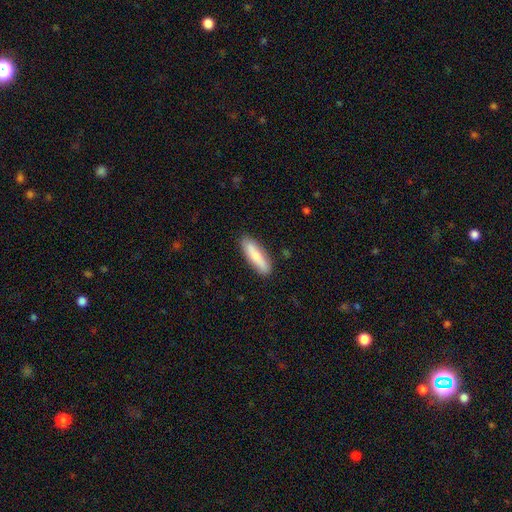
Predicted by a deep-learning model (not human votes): Smooth or featured? Predicted: smooth (p=0.72). How rounded? Predicted: cigar-shaped (p=0.63). Merging? Predicted: none (p=0.87).